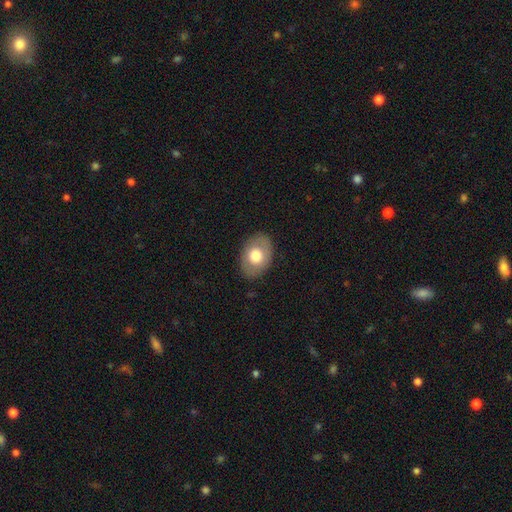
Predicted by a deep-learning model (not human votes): Q: Smooth or featured?
A: smooth (68%); runner-up: featured or disk (25%)
Q: How rounded?
A: in between (78%); runner-up: round (21%)
Q: Merging?
A: none (85%); runner-up: minor disturbance (11%)